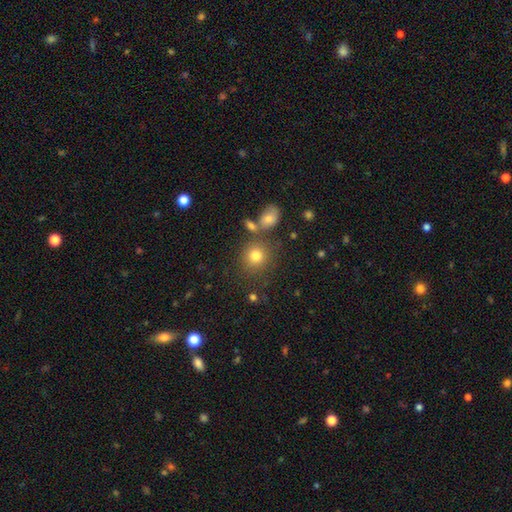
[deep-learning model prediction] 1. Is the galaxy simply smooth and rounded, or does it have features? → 78% smooth, 13% star or artifact, 9% featured or disk.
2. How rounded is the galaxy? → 86% round, 13% in between, 1% cigar-shaped.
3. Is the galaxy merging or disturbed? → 72% none, 13% merger, 10% minor disturbance, 5% major disturbance.